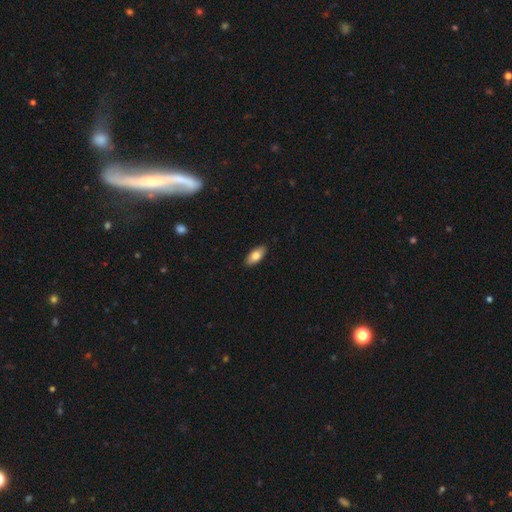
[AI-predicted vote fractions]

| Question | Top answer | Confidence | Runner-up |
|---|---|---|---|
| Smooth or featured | smooth | 78% | featured or disk (16%) |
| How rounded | in between | 88% | cigar-shaped (10%) |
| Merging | none | 89% | minor disturbance (8%) |